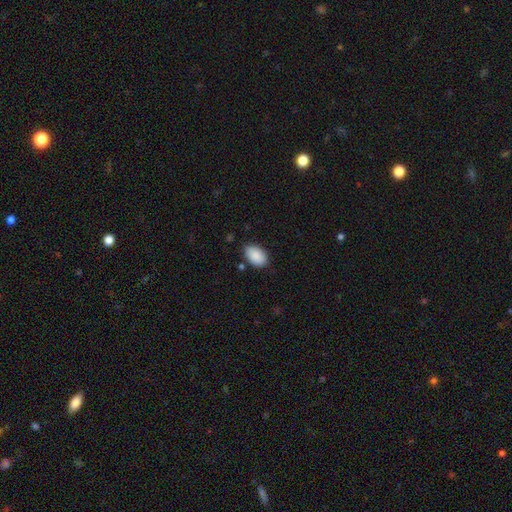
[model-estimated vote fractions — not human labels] Morphology: type=smooth (90%); roundness=in between (92%); merging=none (80%).